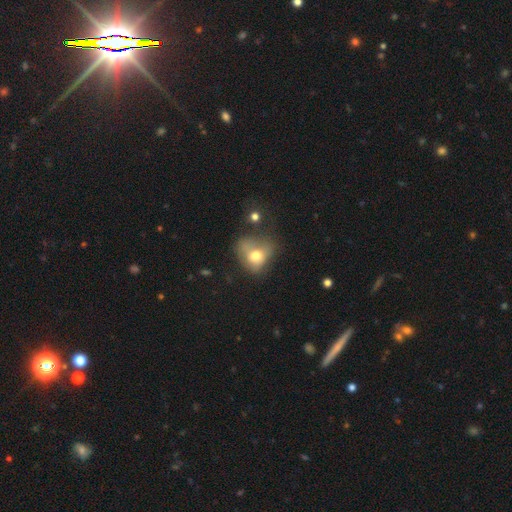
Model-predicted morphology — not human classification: A smooth galaxy with no disk features (68%) that is in between round and cigar-shaped (52%).

Vote fractions:
- Smooth or featured? smooth: 68% / featured or disk: 21% / star or artifact: 11%
- How rounded? in between: 52% / round: 47% / cigar-shaped: 1%
- Merging? major disturbance: 33% / minor disturbance: 28% / none: 27% / merger: 13%